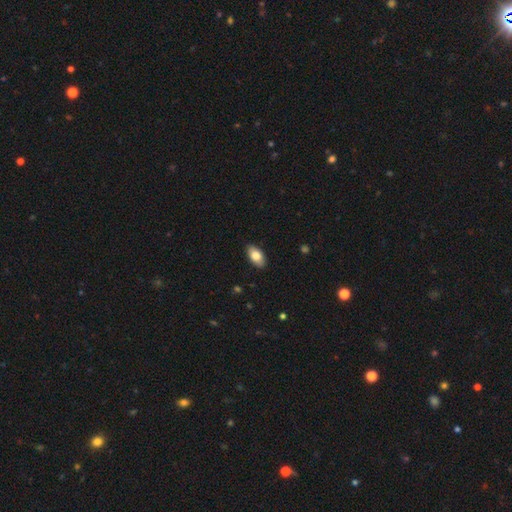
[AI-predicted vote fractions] Smooth or featured: smooth — 80% (featured or disk — 14%)
How rounded: in between — 93% (cigar-shaped — 4%)
Merging: none — 88% (minor disturbance — 9%)